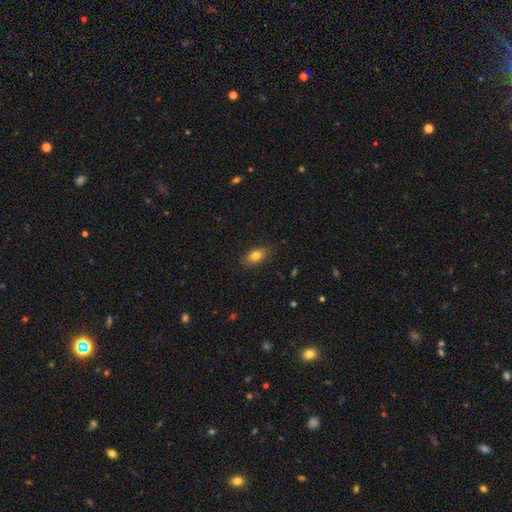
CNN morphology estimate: Smooth or featured? Predicted: smooth (p=0.81). How rounded? Predicted: in between (p=0.85). Merging? Predicted: none (p=0.86).